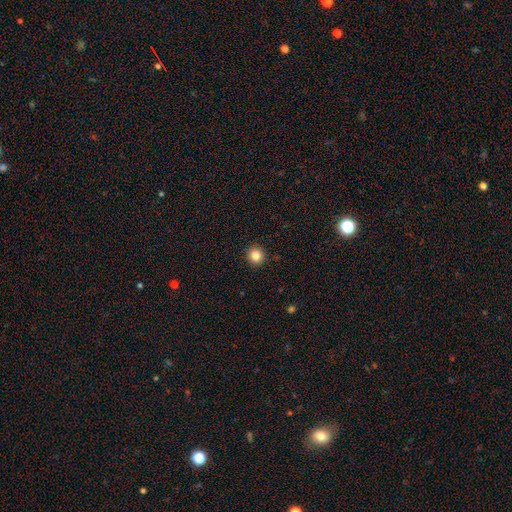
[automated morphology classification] Smooth or featured? smooth (84%)
How rounded? round (91%)
Merging? none (92%)